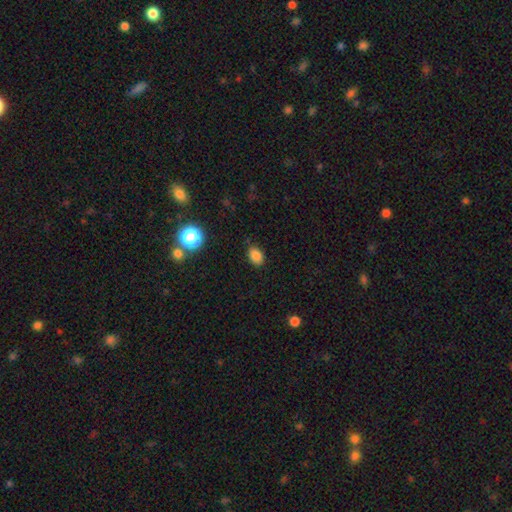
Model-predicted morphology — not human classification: A smooth galaxy with no disk features (83%) that is in between round and cigar-shaped (76%). Merging: none (82%).